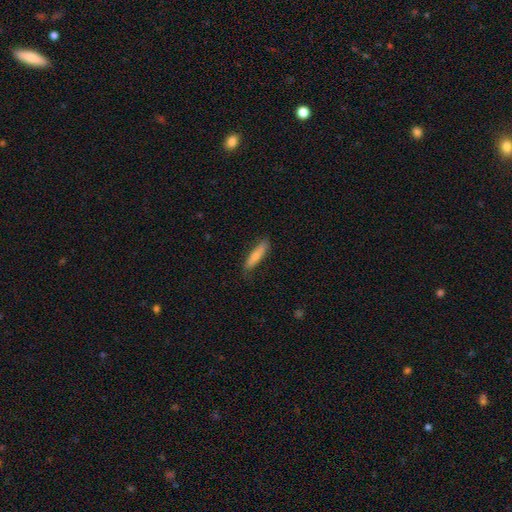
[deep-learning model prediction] smooth 73%, featured or disk 21%, star or artifact 6%. Down the decision tree: how rounded — cigar-shaped (81%); merging — none (81%).